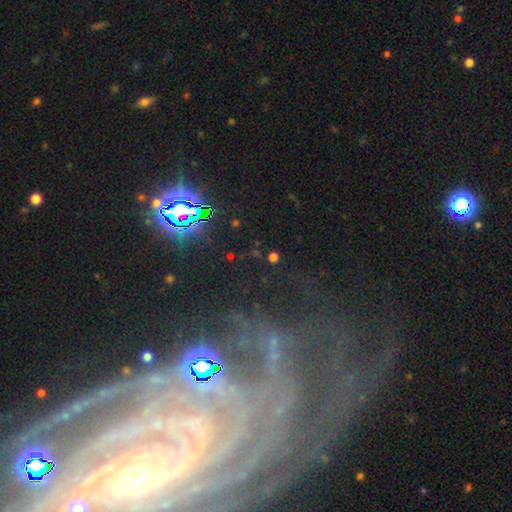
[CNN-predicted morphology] Smooth or featured? Predicted: featured or disk (p=0.76). Edge-on disk? Predicted: no (p=0.95). Bar? Predicted: no (p=0.52). Spiral arms? Predicted: yes (p=0.92). Spiral winding? Predicted: tight (p=0.78). Spiral arm count? Predicted: can't tell (p=0.26). Bulge size? Predicted: small (p=0.66). Merging? Predicted: none (p=0.70).